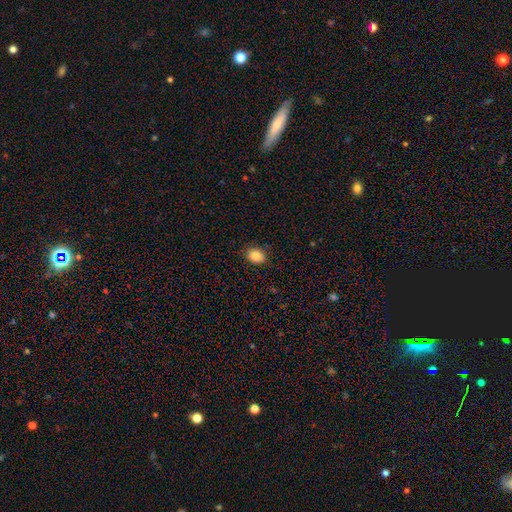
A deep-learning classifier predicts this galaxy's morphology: This appears to be a smooth galaxy with no disk features (85%) that is in between round and cigar-shaped (64%). Merging: none (87%).